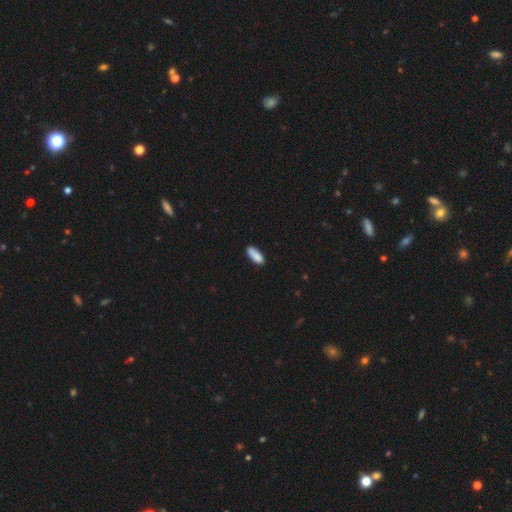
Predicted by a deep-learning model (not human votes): Morphology: type=smooth (87%); roundness=in between (70%); merging=none (76%).